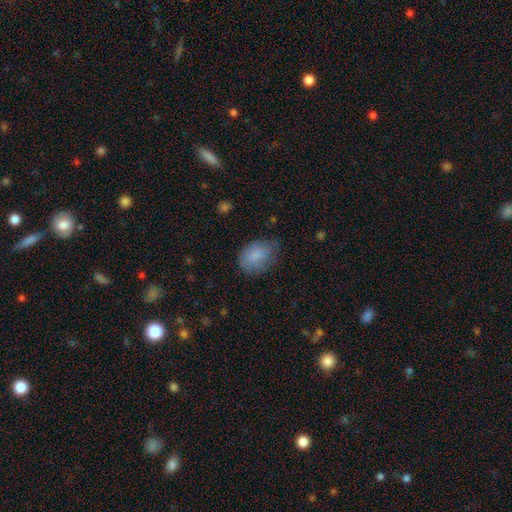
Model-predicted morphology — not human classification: A smooth galaxy with no disk features (83%) that is in between round and cigar-shaped (78%).

Vote fractions:
- Smooth or featured? smooth: 83% / featured or disk: 10% / star or artifact: 7%
- How rounded? in between: 78% / round: 21% / cigar-shaped: 1%
- Merging? none: 62% / minor disturbance: 29% / major disturbance: 7% / merger: 1%